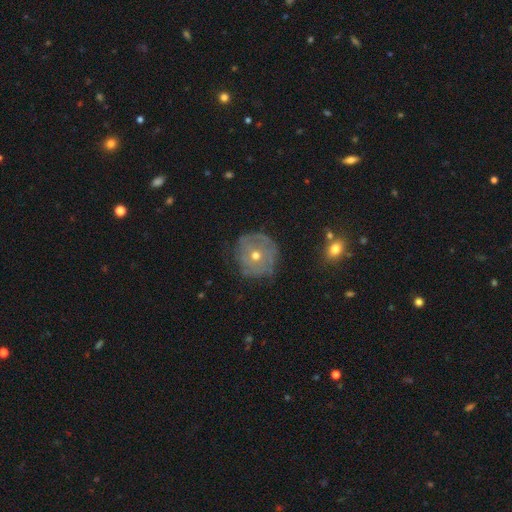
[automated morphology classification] Smooth or featured? Predicted: featured or disk (p=0.59). Edge-on disk? Predicted: no (p=0.95). Bar? Predicted: no (p=0.87). Spiral arms? Predicted: yes (p=0.52). Bulge size? Predicted: moderate (p=0.61). Merging? Predicted: none (p=0.68).